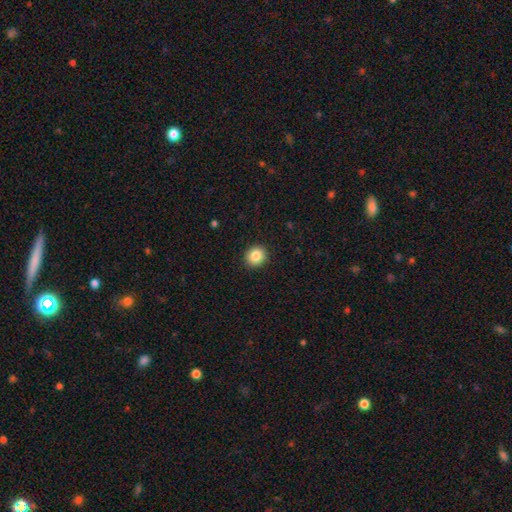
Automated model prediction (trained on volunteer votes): A smooth galaxy with no disk features (86%) that is round (85%).

Vote fractions:
- Smooth or featured? smooth: 86% / star or artifact: 9% / featured or disk: 5%
- How rounded? round: 85% / in between: 14% / cigar-shaped: 1%
- Merging? none: 92% / minor disturbance: 6% / major disturbance: 2% / merger: 1%